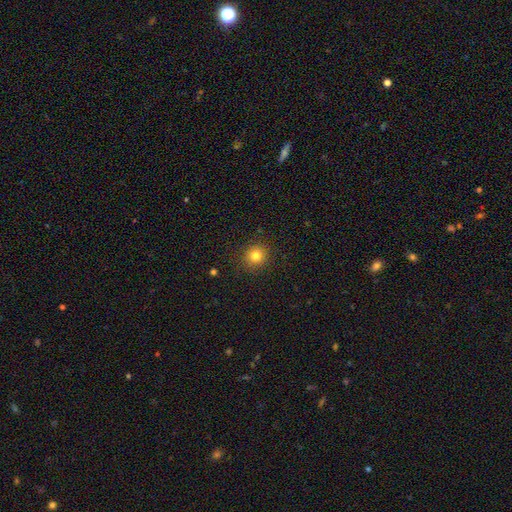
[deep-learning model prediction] This appears to be a smooth galaxy with no disk features (81%) that is round (89%). Merging: none (90%).